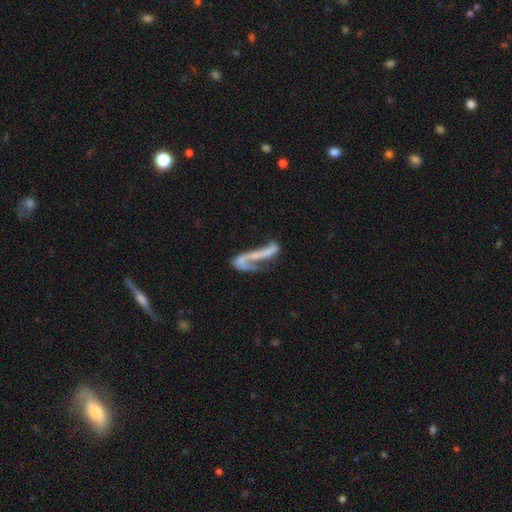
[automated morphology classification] The model was most divided on "merging": major disturbance: 34%, none: 29%, merger: 21%, minor disturbance: 15%. More confident: edge-on disk — no (81%); smooth or featured — featured or disk (68%); spiral arms — yes (63%); bulge size — none (57%); bar — no (52%).